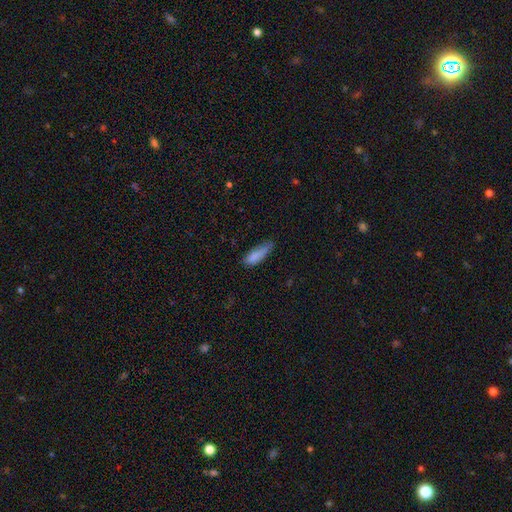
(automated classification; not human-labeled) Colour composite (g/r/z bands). It shows a smooth galaxy with no disk features (83%) that is cigar-shaped (50%). Merging: none (48%).